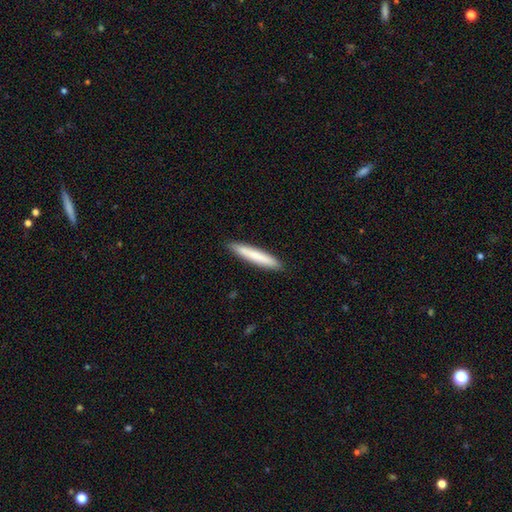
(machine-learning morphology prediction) Q: Smooth or featured?
A: smooth (76%); runner-up: featured or disk (19%)
Q: How rounded?
A: cigar-shaped (94%); runner-up: in between (5%)
Q: Merging?
A: none (90%); runner-up: minor disturbance (7%)